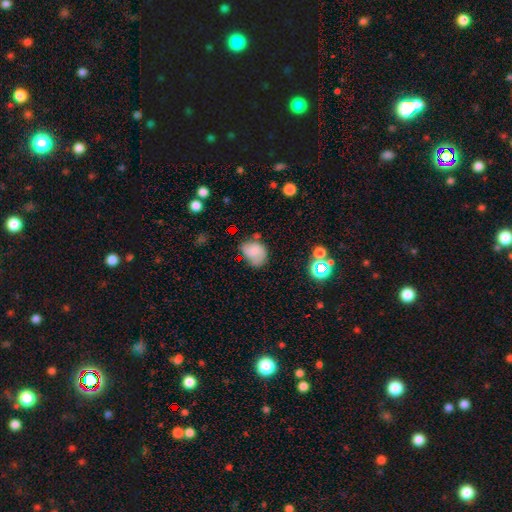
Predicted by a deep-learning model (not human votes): smooth 71%, featured or disk 15%, star or artifact 14%. Down the decision tree: how rounded — in between (52%); merging — none (50%).